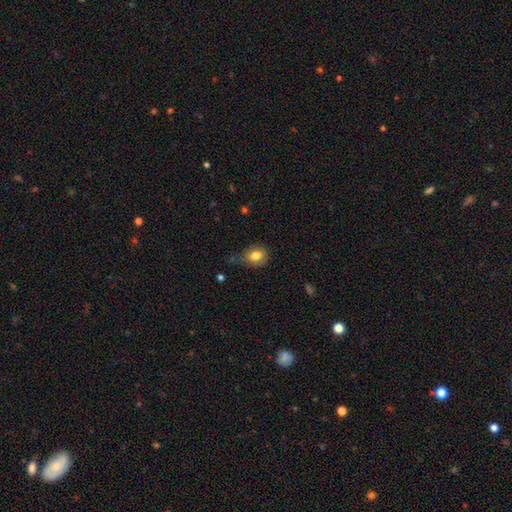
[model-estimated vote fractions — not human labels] smooth 81%, star or artifact 10%, featured or disk 9%. Down the decision tree: how rounded — round (54%); merging — none (56%).